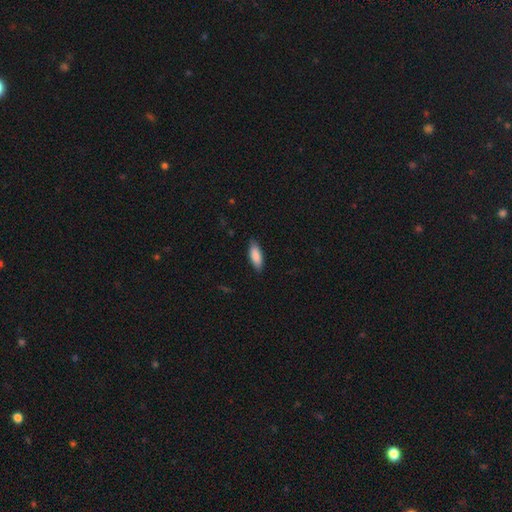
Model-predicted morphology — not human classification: Smooth or featured? Predicted: smooth (p=0.86). How rounded? Predicted: in between (p=0.70). Merging? Predicted: none (p=0.85).